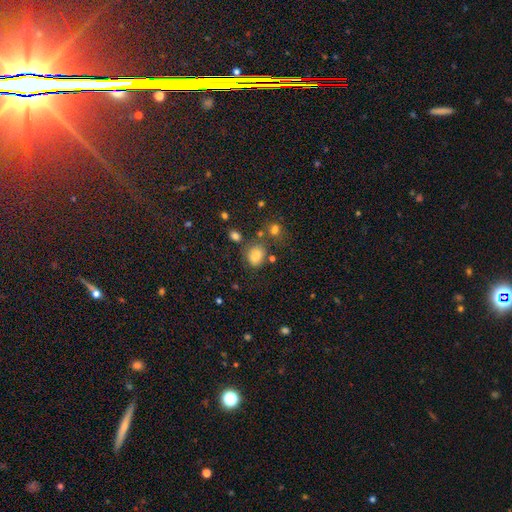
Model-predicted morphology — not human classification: Q: Smooth or featured?
A: smooth (78%); runner-up: star or artifact (14%)
Q: How rounded?
A: in between (51%); runner-up: round (48%)
Q: Merging?
A: none (66%); runner-up: minor disturbance (18%)